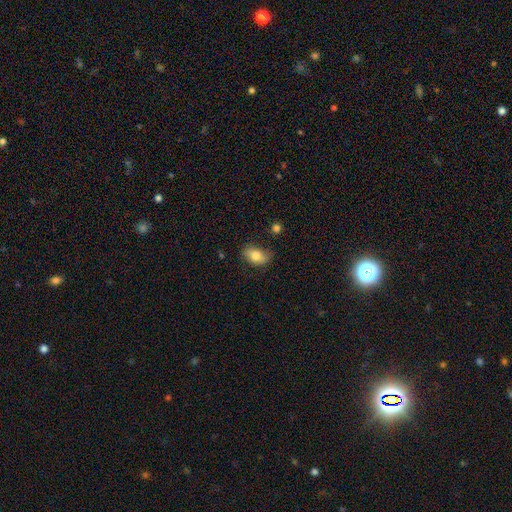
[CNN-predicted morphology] Overall: smooth (80%). How rounded: in between (87%). Merging: none (69%).